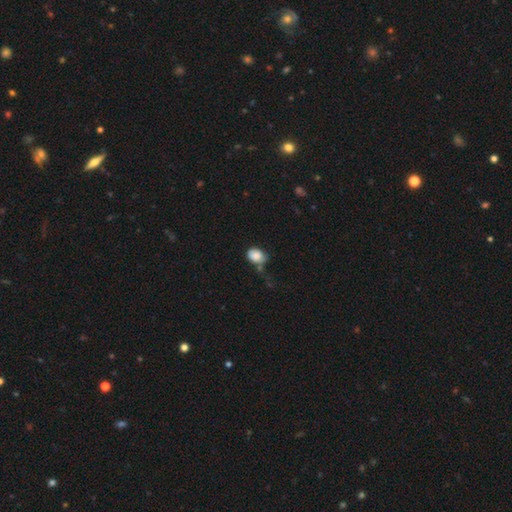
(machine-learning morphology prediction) Smooth or featured: smooth — 84% (star or artifact — 8%)
How rounded: in between — 61% (round — 38%)
Merging: none — 42% (minor disturbance — 32%)